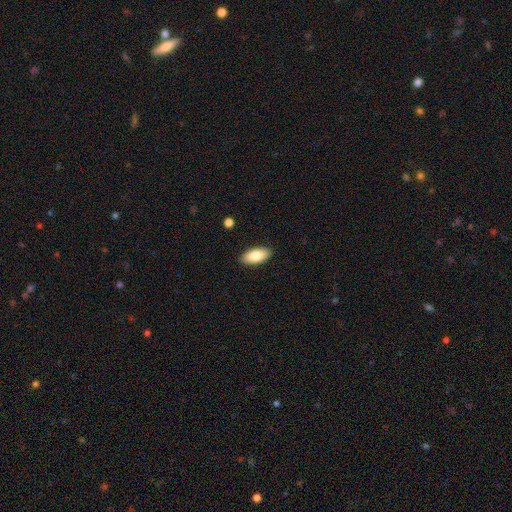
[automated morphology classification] Q: Smooth or featured?
A: smooth (85%); runner-up: featured or disk (8%)
Q: How rounded?
A: in between (91%); runner-up: cigar-shaped (7%)
Q: Merging?
A: none (89%); runner-up: minor disturbance (8%)